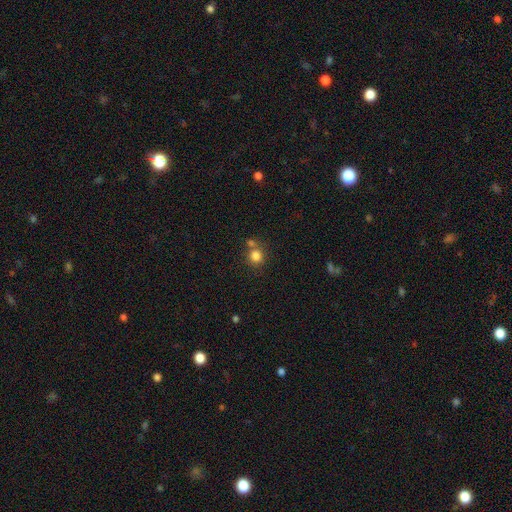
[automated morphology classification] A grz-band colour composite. It shows a smooth galaxy with no disk features (82%) that is round (86%). Merging: none (62%).